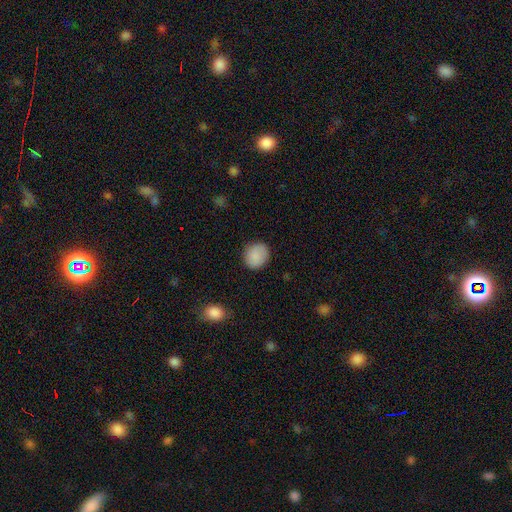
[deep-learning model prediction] Overall: smooth (86%). How rounded: round (73%). Merging: none (84%).